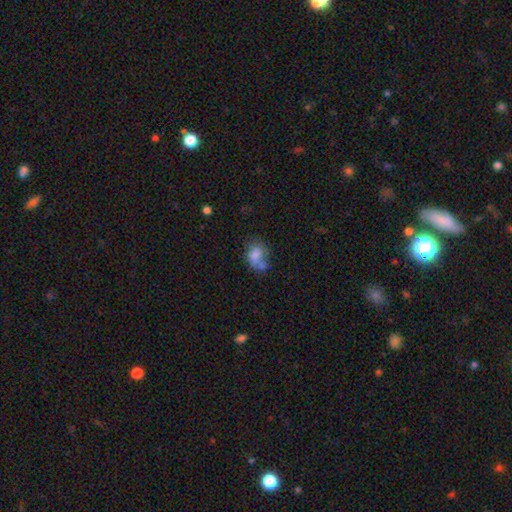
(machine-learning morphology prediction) A smooth galaxy with no disk features (69%) that is in between round and cigar-shaped (67%). Merging: merger (33%).